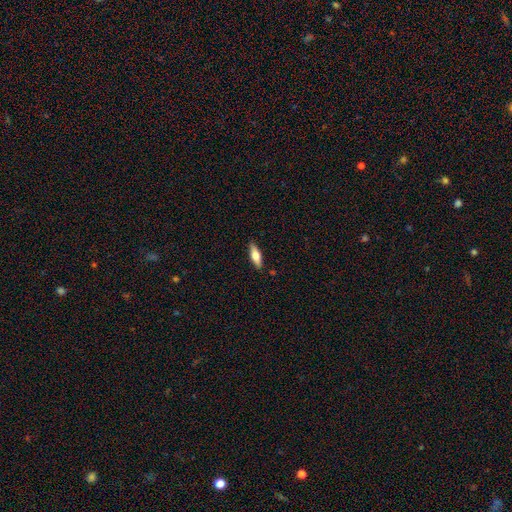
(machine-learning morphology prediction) A smooth galaxy with no disk features (58%) that is in between round and cigar-shaped (50%).

Vote fractions:
- Smooth or featured? smooth: 58% / featured or disk: 36% / star or artifact: 6%
- How rounded? in between: 50% / cigar-shaped: 47% / round: 2%
- Merging? none: 87% / minor disturbance: 10% / major disturbance: 2% / merger: 1%